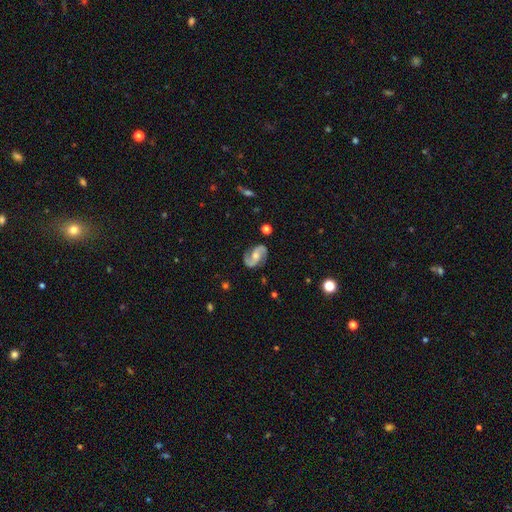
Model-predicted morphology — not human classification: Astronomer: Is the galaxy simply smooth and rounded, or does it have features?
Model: featured or disk — 89%.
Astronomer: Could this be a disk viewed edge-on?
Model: no — 98%.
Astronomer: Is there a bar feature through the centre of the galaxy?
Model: no — 50% (runner-up: weak, 38%).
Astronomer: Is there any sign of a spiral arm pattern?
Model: yes — 98%.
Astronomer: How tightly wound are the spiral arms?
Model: medium — 54%.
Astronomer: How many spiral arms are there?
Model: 2 — 94%.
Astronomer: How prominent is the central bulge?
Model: moderate — 53% (runner-up: small, 35%).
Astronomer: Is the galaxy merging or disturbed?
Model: none — 84%.